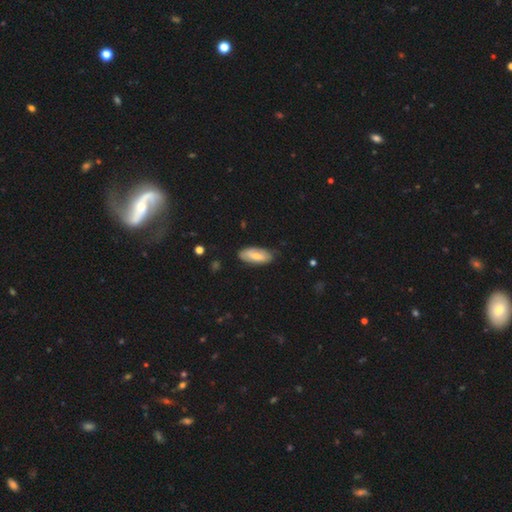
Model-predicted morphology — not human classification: This appears to be a smooth galaxy with no disk features (64%) that is in between round and cigar-shaped (83%). Merging: none (71%).